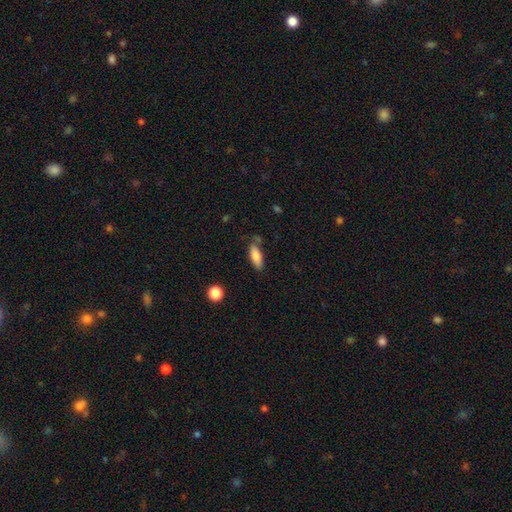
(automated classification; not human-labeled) Smooth or featured: smooth — 80% (featured or disk — 13%)
How rounded: in between — 72% (cigar-shaped — 26%)
Merging: none — 67% (minor disturbance — 22%)